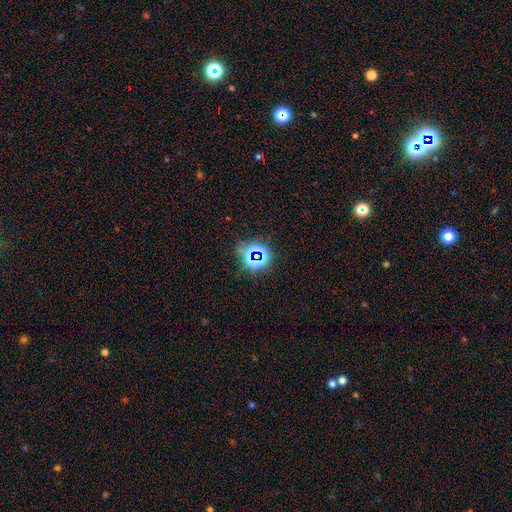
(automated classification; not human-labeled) Q: Smooth or featured?
A: star or artifact (69%); runner-up: smooth (21%)